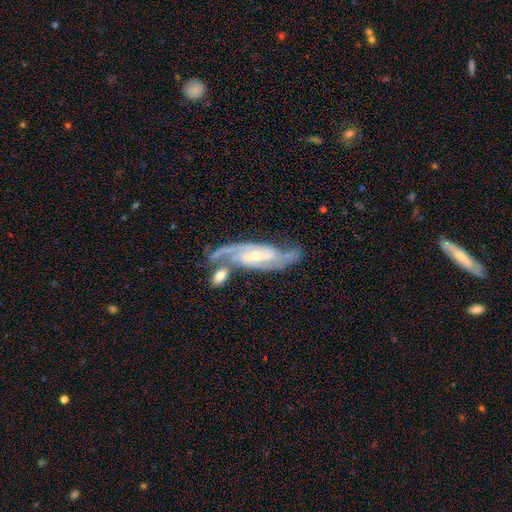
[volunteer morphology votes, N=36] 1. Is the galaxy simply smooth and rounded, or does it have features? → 94% featured or disk, 6% star or artifact, 0% smooth.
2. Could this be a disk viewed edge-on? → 82% no, 18% yes.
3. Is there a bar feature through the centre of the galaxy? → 61% weak, 21% strong, 18% no.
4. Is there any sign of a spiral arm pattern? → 100% yes, 0% no.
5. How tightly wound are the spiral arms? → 64% medium, 21% tight, 14% loose.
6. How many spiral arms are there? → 89% 2, 7% 3, 4% 4, 0% 1, 0% more than 4, 0% can't tell.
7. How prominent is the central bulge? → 93% small, 7% moderate, 0% dominant, 0% large, 0% none.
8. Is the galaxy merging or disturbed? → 44% none, 35% minor disturbance, 18% merger, 3% major disturbance.